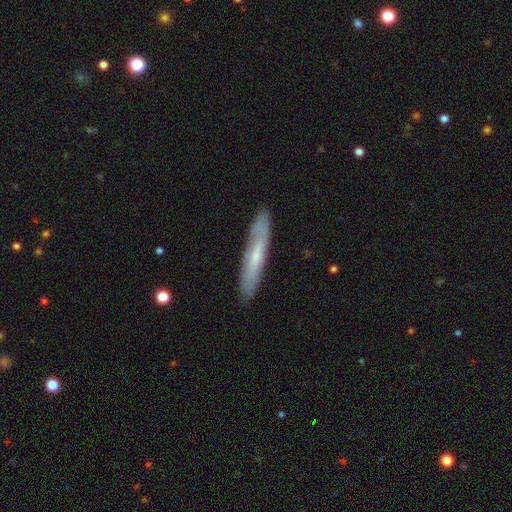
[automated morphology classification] This appears to be a featured or disk galaxy (50%) viewed edge-on (60%). Merging: none (85%).